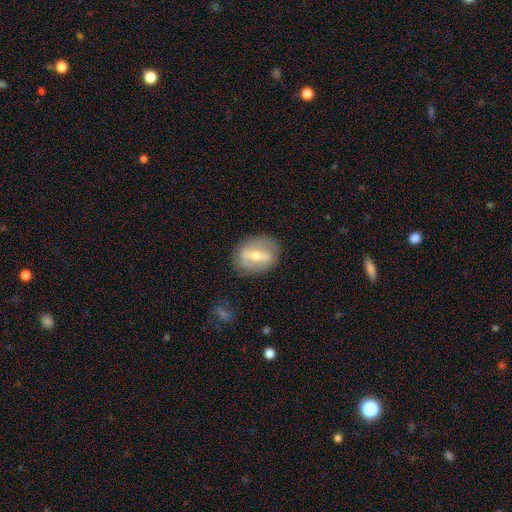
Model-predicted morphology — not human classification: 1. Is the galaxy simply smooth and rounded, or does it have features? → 61% featured or disk, 32% smooth, 7% star or artifact.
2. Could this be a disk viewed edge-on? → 89% no, 11% yes.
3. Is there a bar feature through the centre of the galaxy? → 59% strong, 30% weak, 11% no.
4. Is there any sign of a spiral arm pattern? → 67% no, 33% yes.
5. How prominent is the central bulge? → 63% moderate, 30% small, 5% large, 1% none, 1% dominant.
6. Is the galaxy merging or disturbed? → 79% none, 14% minor disturbance, 5% major disturbance, 1% merger.